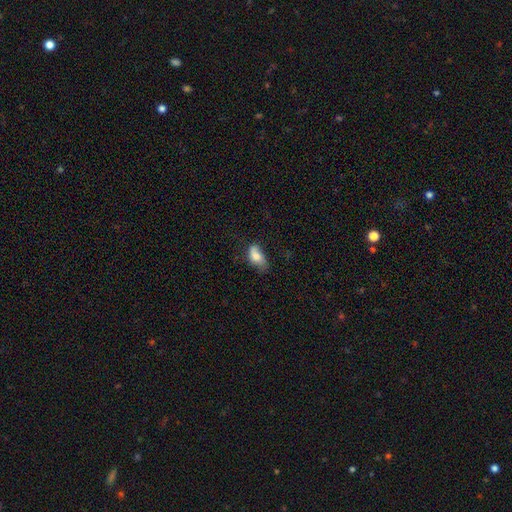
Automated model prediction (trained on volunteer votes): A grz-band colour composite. It shows a smooth galaxy with no disk features (74%) that is in between round and cigar-shaped (89%). Merging: none (39%).